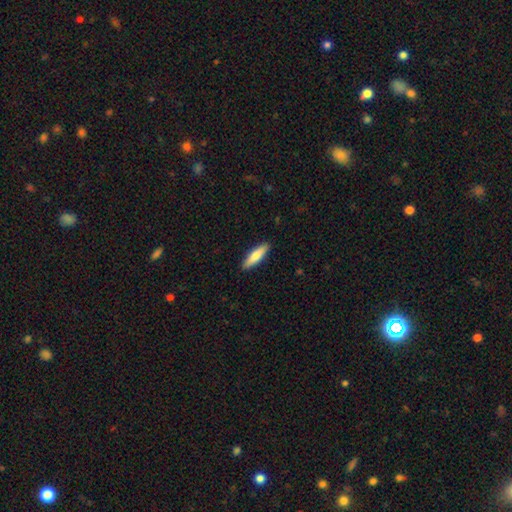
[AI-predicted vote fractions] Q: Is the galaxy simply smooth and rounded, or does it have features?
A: smooth — 73%.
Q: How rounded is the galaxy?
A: cigar-shaped — 64%.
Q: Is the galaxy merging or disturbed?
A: none — 90%.